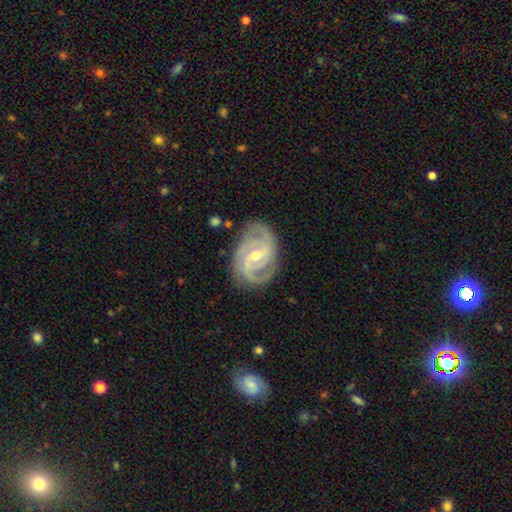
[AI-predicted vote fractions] A featured or disk galaxy (91%) with a weak bar (49%), 3 (41%) tight (55%) spiral arms (98%) and a moderate central bulge (49%).

Vote fractions:
- Smooth or featured? featured or disk: 91% / star or artifact: 5% / smooth: 4%
- Edge-on disk? no: 97% / yes: 3%
- Bar? weak: 49% / strong: 29% / no: 22%
- Spiral arms? yes: 98% / no: 2%
- Spiral winding? tight: 55% / medium: 39% / loose: 6%
- Spiral arm count? 3: 41% / 2: 38% / can't tell: 7% / 4: 7% / 1: 3% / more than 4: 3%
- Bulge size? moderate: 49% / small: 48% / large: 1% / none: 1% / dominant: 1%
- Merging? none: 80% / minor disturbance: 15% / major disturbance: 4% / merger: 1%